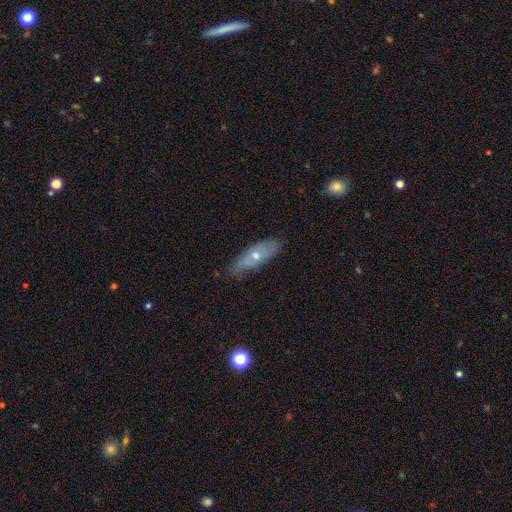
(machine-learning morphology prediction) type=smooth (49%); merging=none (76%).